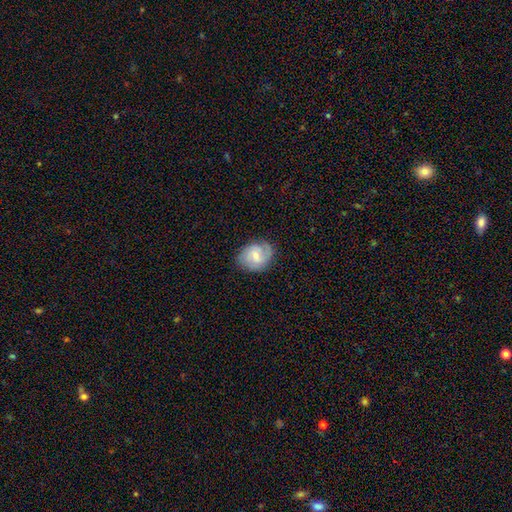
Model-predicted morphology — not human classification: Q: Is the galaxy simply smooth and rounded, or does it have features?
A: featured or disk — 50%.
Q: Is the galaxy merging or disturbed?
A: none — 73%.